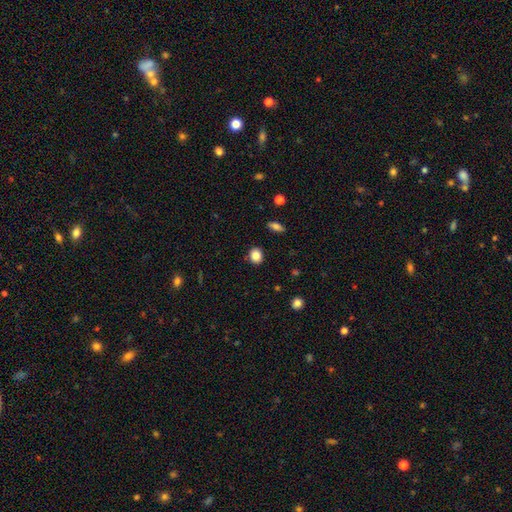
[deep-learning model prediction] smooth 86%, star or artifact 9%, featured or disk 5%. Down the decision tree: how rounded — round (71%); merging — none (89%).